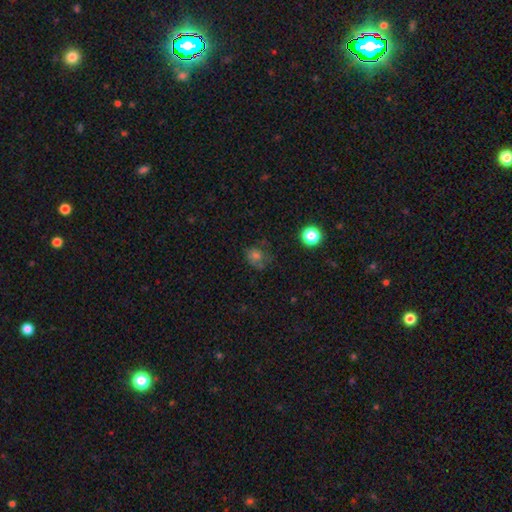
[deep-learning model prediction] Morphology: type=smooth (60%); roundness=round (70%); merging=none (54%).